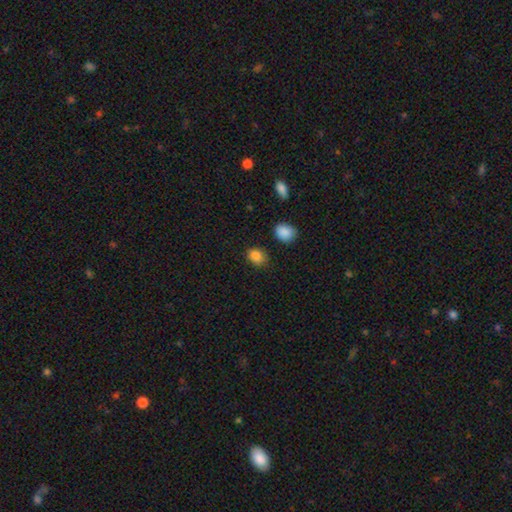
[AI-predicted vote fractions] Smooth or featured? Predicted: smooth (p=0.86). How rounded? Predicted: round (p=0.58). Merging? Predicted: none (p=0.79).